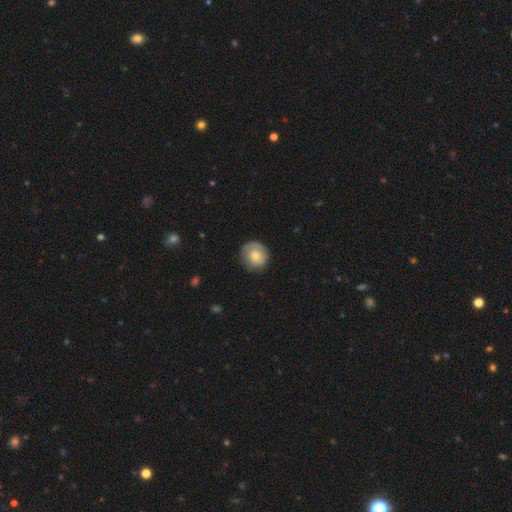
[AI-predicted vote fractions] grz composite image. It shows a smooth galaxy with no disk features (65%) that is round (89%). Merging: none (75%).